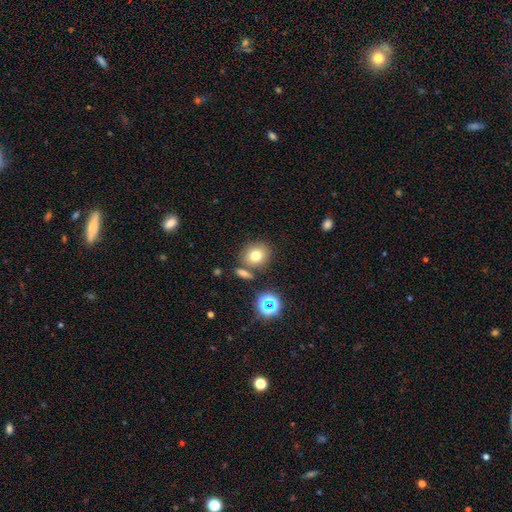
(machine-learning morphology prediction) smooth 73%, star or artifact 16%, featured or disk 11%. Down the decision tree: how rounded — round (72%); merging — none (73%).